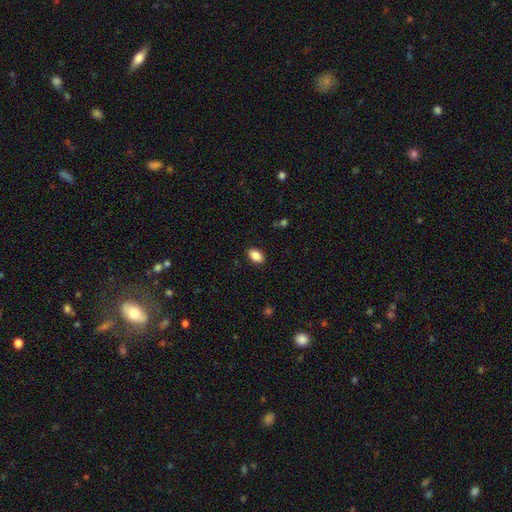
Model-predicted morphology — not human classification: Smooth or featured: smooth — 86% (star or artifact — 8%)
How rounded: in between — 91% (round — 7%)
Merging: none — 89% (minor disturbance — 8%)